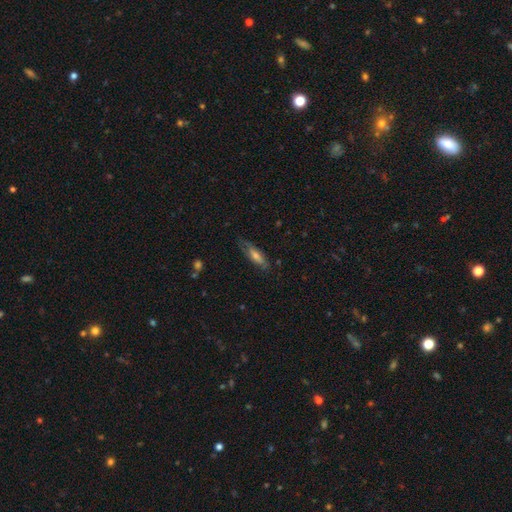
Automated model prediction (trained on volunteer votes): Overall: featured or disk (46%; smooth 45%). Merging: none (68%).